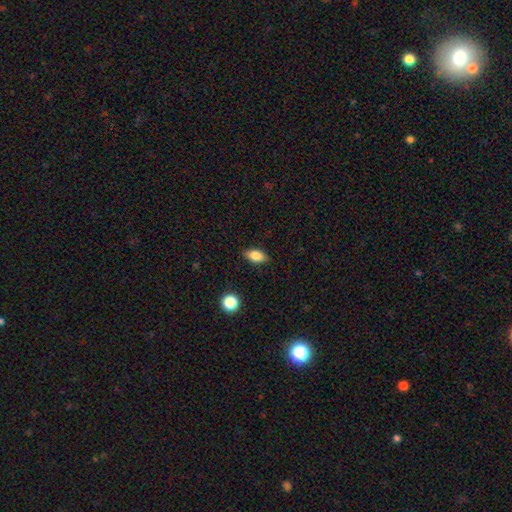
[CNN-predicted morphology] type=smooth (80%); roundness=in between (87%); merging=none (87%).